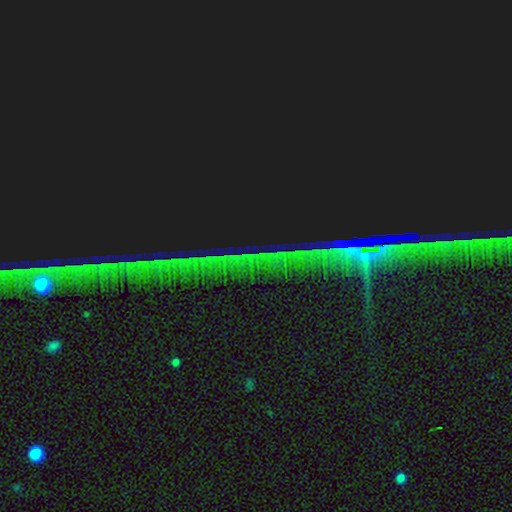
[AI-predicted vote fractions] This is clearly a star or artifact rather than a galaxy (85%).